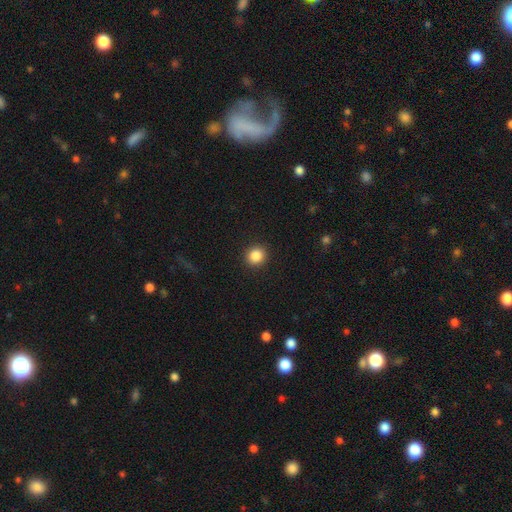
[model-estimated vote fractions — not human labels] Smooth or featured? Predicted: smooth (p=0.86). How rounded? Predicted: round (p=0.87). Merging? Predicted: none (p=0.92).